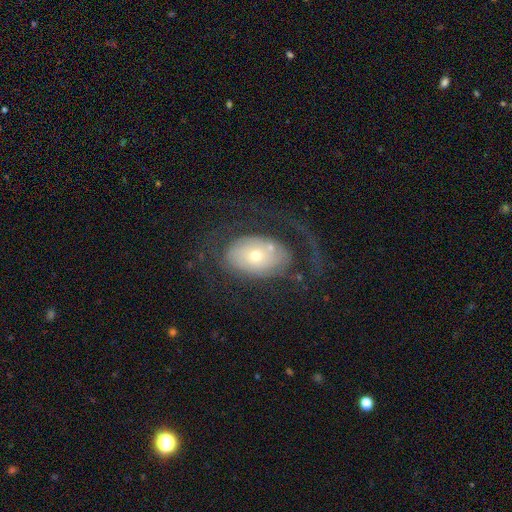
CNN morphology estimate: Smooth or featured? featured or disk (55%)
Edge-on disk? no (92%)
Bar? no (82%)
Spiral arms? yes (51%)
Bulge size? small (47%)
Merging? none (45%)